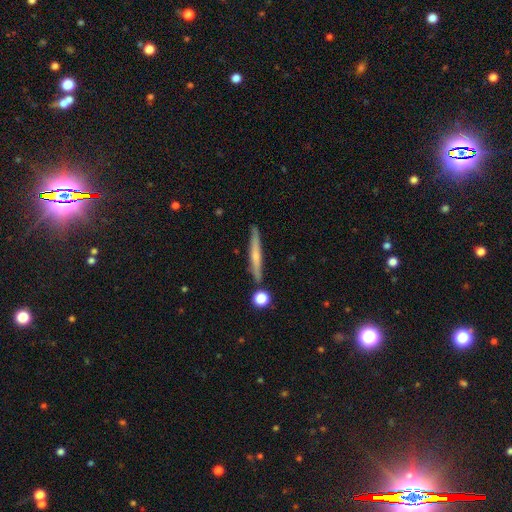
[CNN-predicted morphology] A smooth galaxy with no disk features (48%).

Vote fractions:
- Smooth or featured? smooth: 48% / featured or disk: 45% / star or artifact: 7%
- Merging? none: 85% / minor disturbance: 9% / merger: 4% / major disturbance: 2%